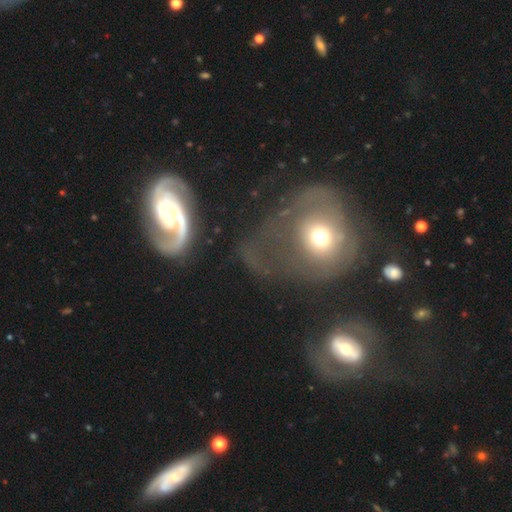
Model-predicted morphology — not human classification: smooth-or-featured: featured or disk: 62% | smooth: 26% | star or artifact: 12%
  disk-edge-on: no: 94% | yes: 6%
    bar: no: 58% | weak: 30% | strong: 12%
    has-spiral-arms: yes: 81% | no: 19%
    bulge-size: moderate: 45% | small: 37% | large: 10% | none: 6% | dominant: 3%
  merging: none: 40% | major disturbance: 28% | minor disturbance: 19% | merger: 12%